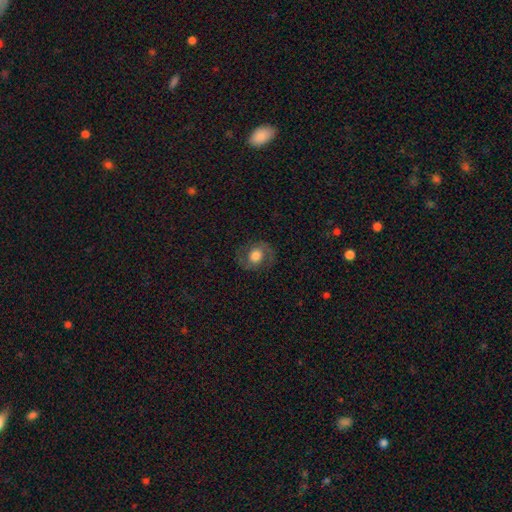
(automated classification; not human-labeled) smooth-or-featured: featured or disk: 50% | smooth: 41% | star or artifact: 8%
  disk-edge-on: no: 96% | yes: 4%
  merging: none: 79% | minor disturbance: 13% | major disturbance: 7% | merger: 1%